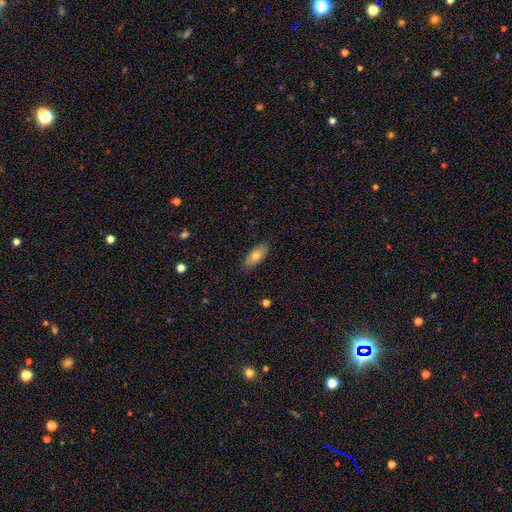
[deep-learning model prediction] This is likely a smooth galaxy (72%). How rounded: clearly in between (85%). Merging: clearly none (86%).